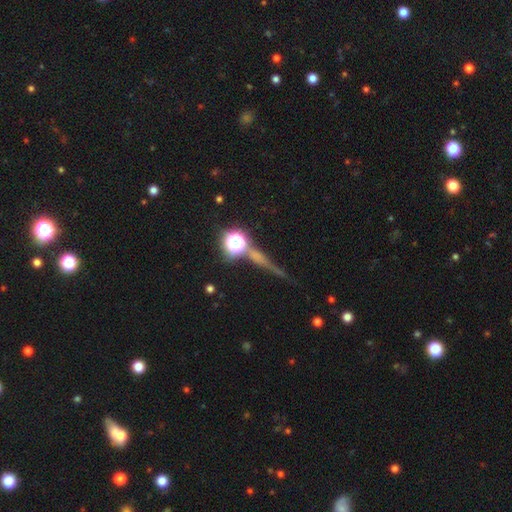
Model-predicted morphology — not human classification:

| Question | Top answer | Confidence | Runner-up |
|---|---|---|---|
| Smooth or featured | star or artifact | 44% | smooth (32%) |